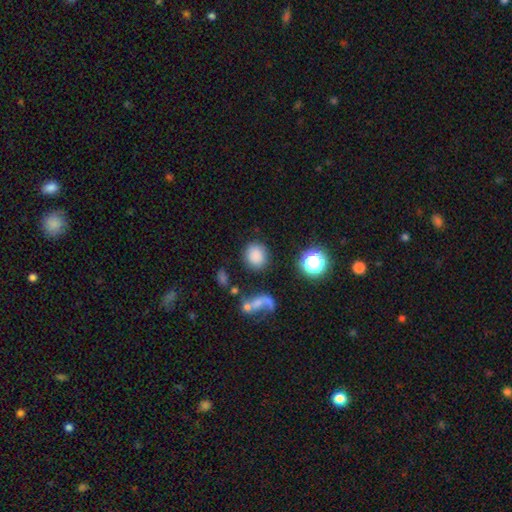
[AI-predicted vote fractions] Q: Smooth or featured?
A: smooth (80%); runner-up: star or artifact (12%)
Q: How rounded?
A: round (79%); runner-up: in between (20%)
Q: Merging?
A: none (77%); runner-up: minor disturbance (10%)